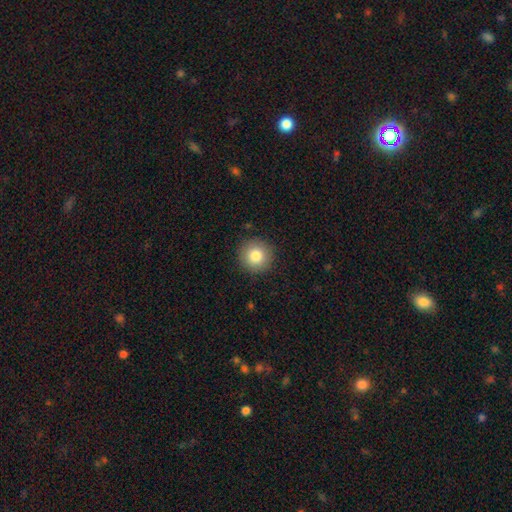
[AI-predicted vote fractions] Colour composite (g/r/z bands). It shows a smooth galaxy with no disk features (82%) that is round (95%). Merging: none (91%).